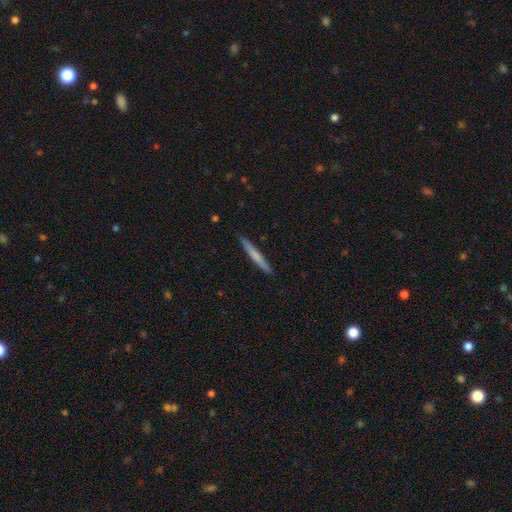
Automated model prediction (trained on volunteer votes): smooth-or-featured: smooth: 63% | featured or disk: 32% | star or artifact: 5%
  how-rounded: cigar-shaped: 97% | in between: 2% | round: 1%
  merging: none: 92% | minor disturbance: 6% | major disturbance: 1% | merger: 1%